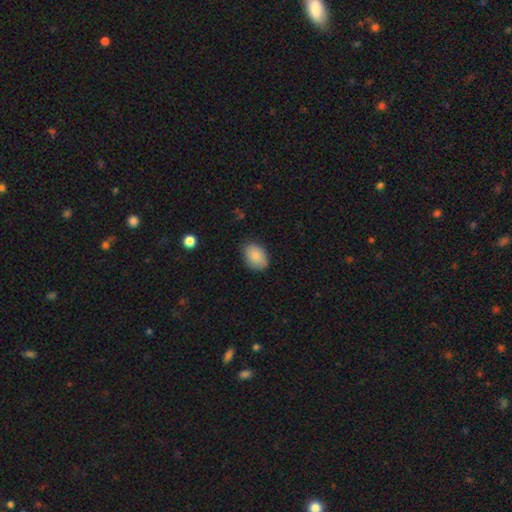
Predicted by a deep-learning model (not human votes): The model was most divided on "how rounded": in between: 78%, round: 21%, cigar-shaped: 1%. More confident: smooth or featured — smooth (85%); merging — none (80%).